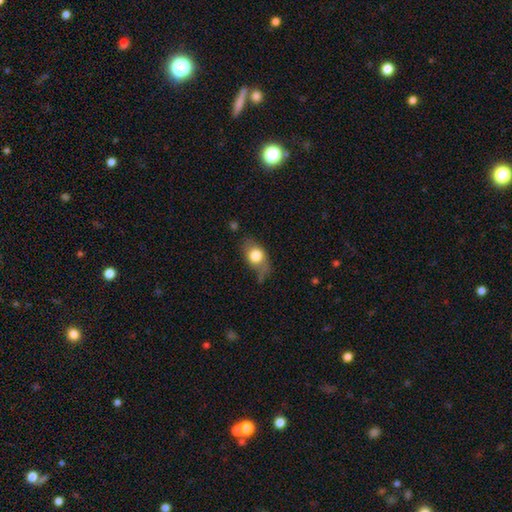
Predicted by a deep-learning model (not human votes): This is likely a smooth galaxy (73%). How rounded: likely in between (74%). Merging: possibly none (53%).